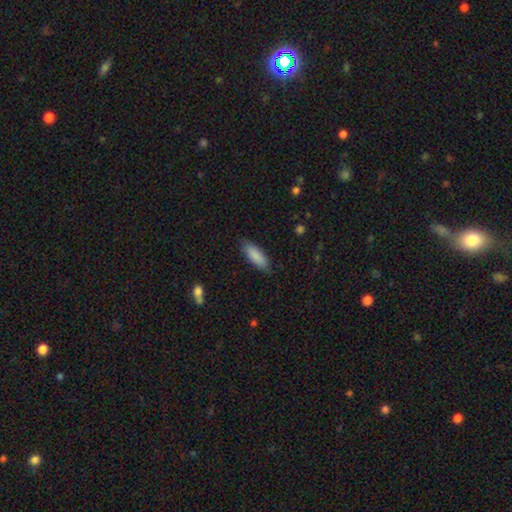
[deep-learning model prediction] Smooth or featured?
  - smooth: 87% *
  - featured or disk: 7%
  - star or artifact: 6%
How rounded?
  - in between: 67% *
  - cigar-shaped: 31%
  - round: 2%
Merging?
  - none: 84% *
  - minor disturbance: 13%
  - major disturbance: 2%
  - merger: 1%